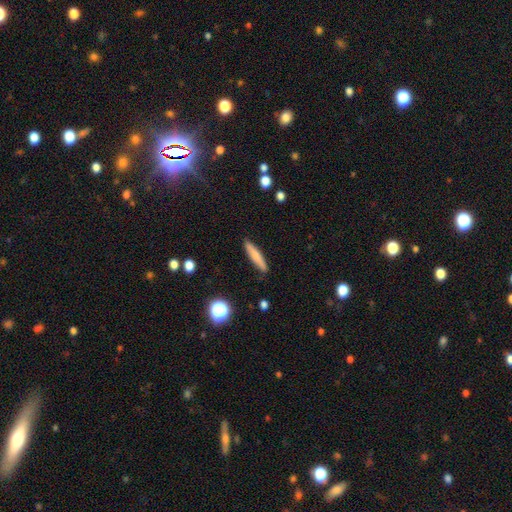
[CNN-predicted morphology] This appears to be a smooth galaxy with no disk features (75%) that is cigar-shaped (88%). Merging: none (89%).